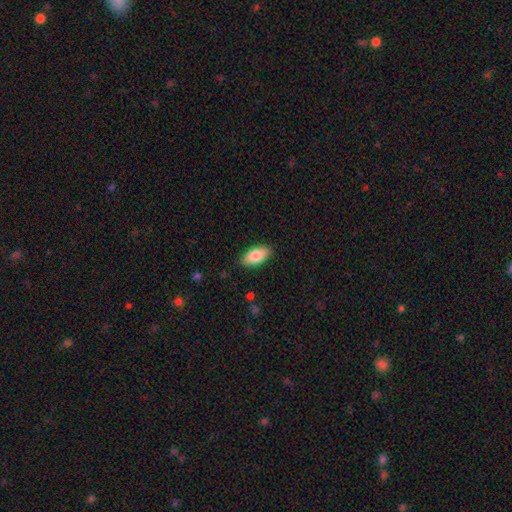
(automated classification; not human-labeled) Smooth or featured? Predicted: smooth (p=0.81). How rounded? Predicted: in between (p=0.92). Merging? Predicted: none (p=0.87).